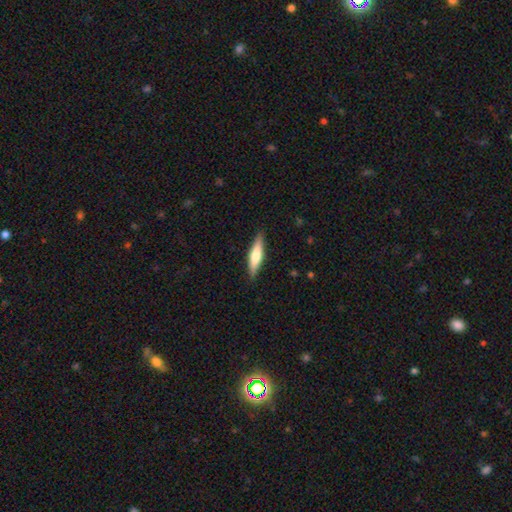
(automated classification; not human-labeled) Smooth or featured? Predicted: smooth (p=0.55). How rounded? Predicted: cigar-shaped (p=0.77). Merging? Predicted: none (p=0.89).